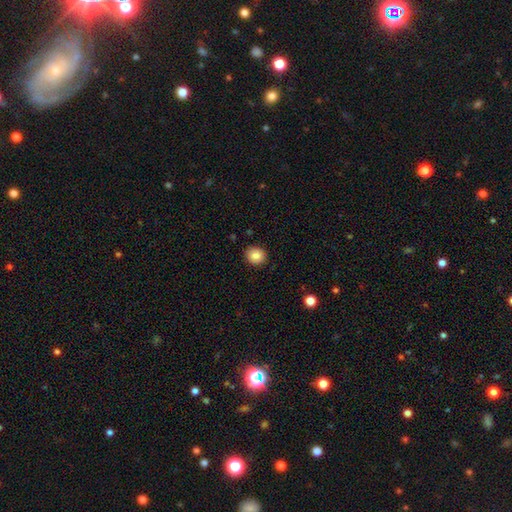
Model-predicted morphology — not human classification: Smooth or featured? smooth (86%)
How rounded? round (79%)
Merging? none (89%)